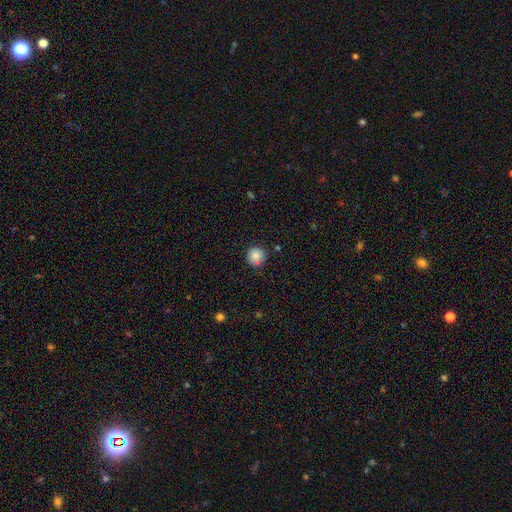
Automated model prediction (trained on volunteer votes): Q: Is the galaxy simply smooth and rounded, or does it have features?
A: smooth — 84%.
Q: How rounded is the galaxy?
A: round — 94%.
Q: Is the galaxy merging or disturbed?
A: none — 87%.